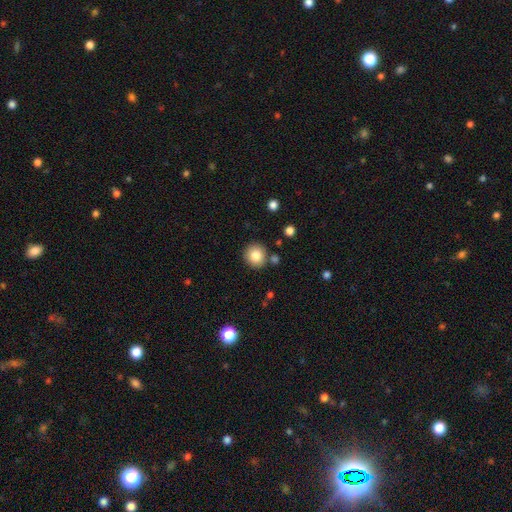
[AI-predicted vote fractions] This is clearly a smooth galaxy (82%). How rounded: clearly round (91%). Merging: clearly none (84%).